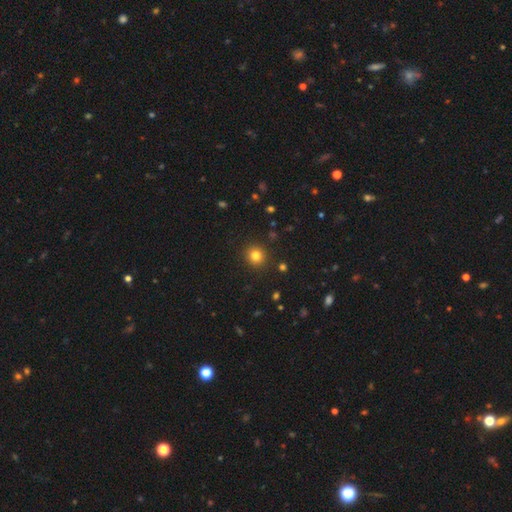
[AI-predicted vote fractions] This appears to be a smooth galaxy with no disk features (80%) that is round (92%). Merging: none (91%).